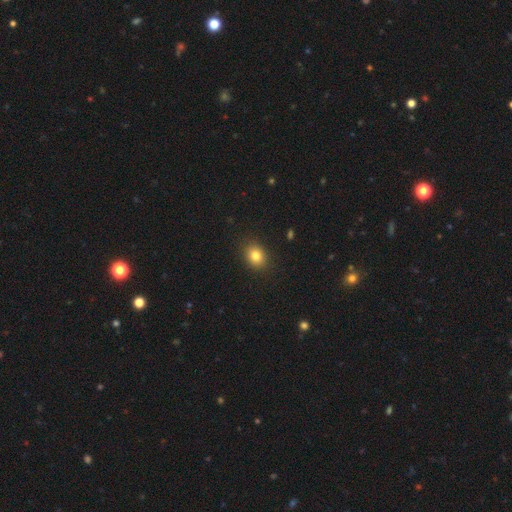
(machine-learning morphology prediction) This appears to be a smooth galaxy with no disk features (81%) that is round (52%). Merging: none (88%).